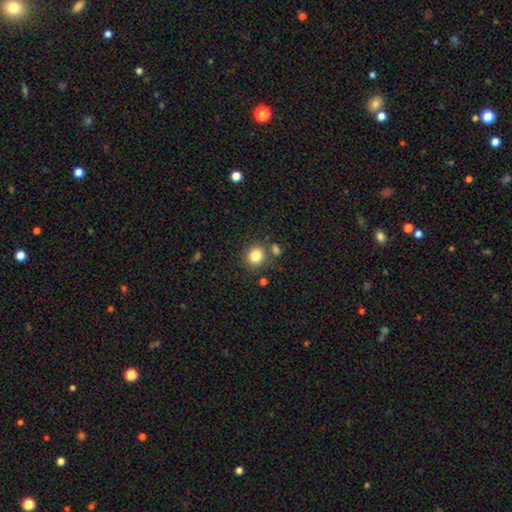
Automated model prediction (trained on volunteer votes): Smooth or featured? smooth (82%)
How rounded? round (82%)
Merging? none (76%)